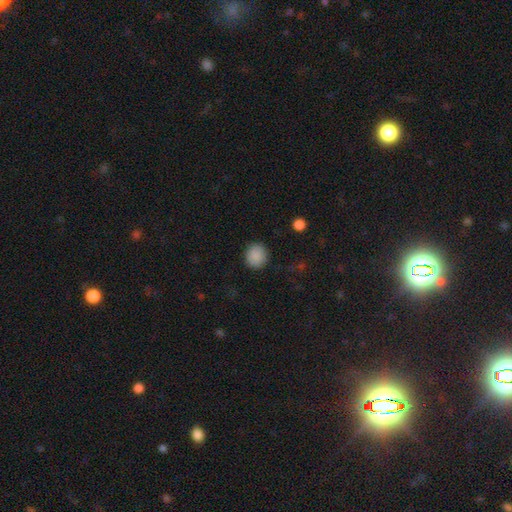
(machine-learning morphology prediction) A smooth galaxy with no disk features (89%) that is round (82%). Merging: none (89%).